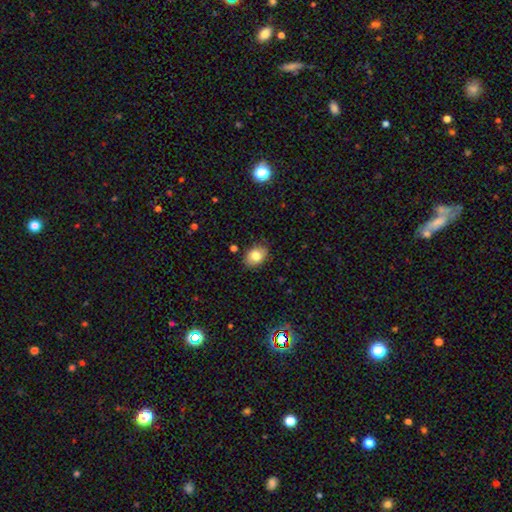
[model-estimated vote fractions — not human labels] This appears to be a smooth galaxy with no disk features (80%) that is in between round and cigar-shaped (76%). Merging: none (84%).